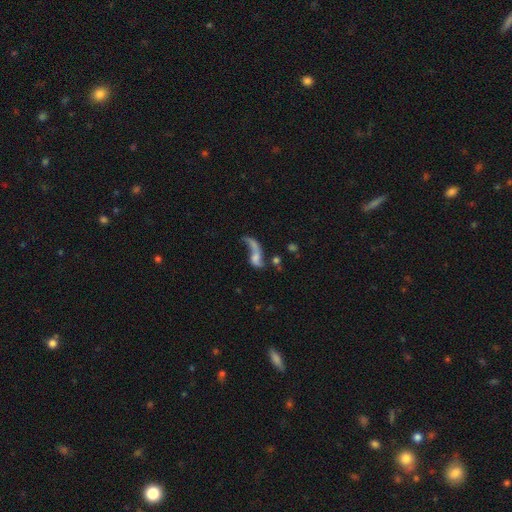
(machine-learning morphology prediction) type=featured or disk (57%); edge-on=no (92%); bar=no (69%); spiral arms=yes (64%); bulge=none (40%); merging=major disturbance (39%).